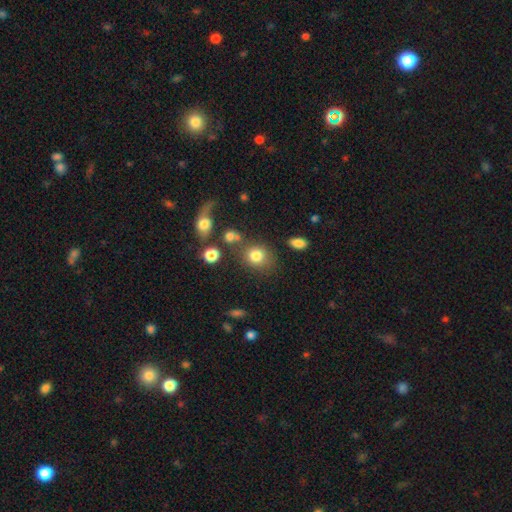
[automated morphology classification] smooth_or_featured: smooth (p=0.80) [alt: star or artifact p=0.12]
how_rounded: round (p=0.73) [alt: in between p=0.26]
merging: none (p=0.65) [alt: minor disturbance p=0.15]